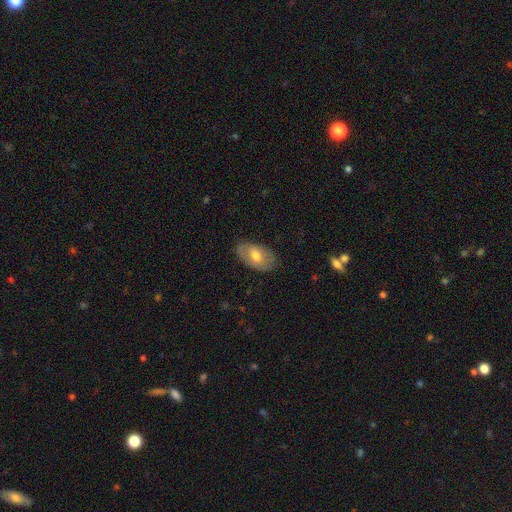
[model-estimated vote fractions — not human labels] smooth_or_featured: smooth (p=0.59) [alt: featured or disk p=0.35]
how_rounded: in between (p=0.93) [alt: round p=0.05]
merging: none (p=0.78) [alt: minor disturbance p=0.18]